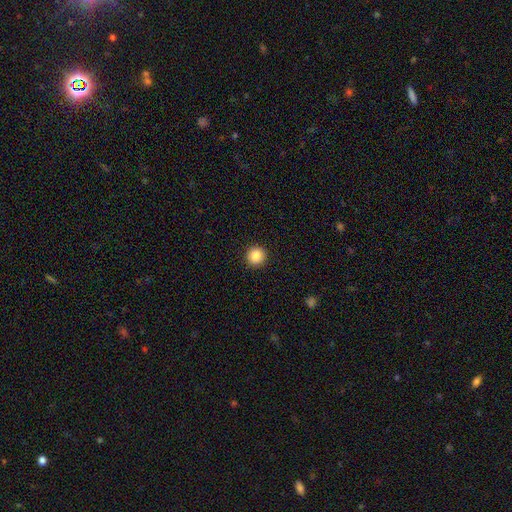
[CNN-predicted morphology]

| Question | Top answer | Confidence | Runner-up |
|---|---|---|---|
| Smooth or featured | smooth | 86% | star or artifact (10%) |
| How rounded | round | 95% | in between (4%) |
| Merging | none | 93% | minor disturbance (5%) |